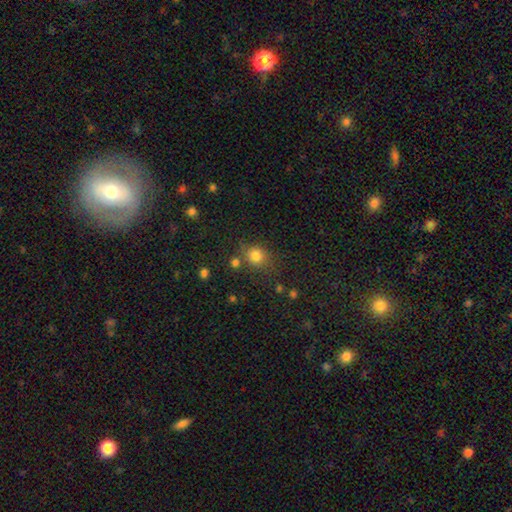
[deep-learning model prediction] This appears to be a smooth galaxy with no disk features (79%) that is round (80%). Merging: none (70%).